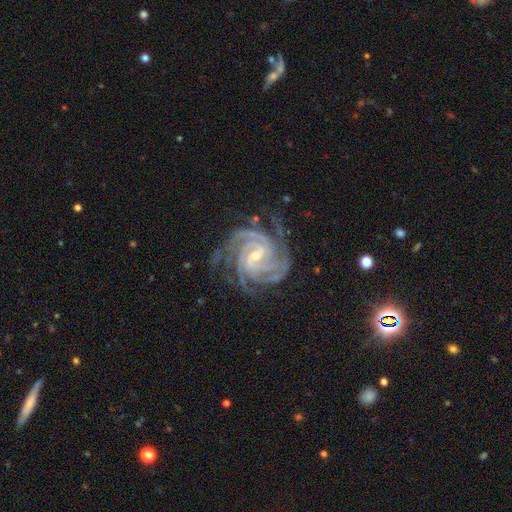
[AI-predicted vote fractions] A featured or disk galaxy (93%) with a weak bar (48%), 4 (38%) tight (76%) spiral arms (99%) and a small central bulge (64%).

Vote fractions:
- Smooth or featured? featured or disk: 93% / star or artifact: 4% / smooth: 2%
- Edge-on disk? no: 98% / yes: 2%
- Bar? weak: 48% / strong: 31% / no: 21%
- Spiral arms? yes: 99% / no: 1%
- Spiral winding? tight: 76% / medium: 22% / loose: 2%
- Spiral arm count? 4: 38% / 3: 23% / more than 4: 12% / 2: 11% / can't tell: 10% / 1: 7%
- Bulge size? small: 64% / moderate: 33% / none: 1% / large: 1% / dominant: 1%
- Merging? none: 75% / minor disturbance: 16% / major disturbance: 7% / merger: 1%